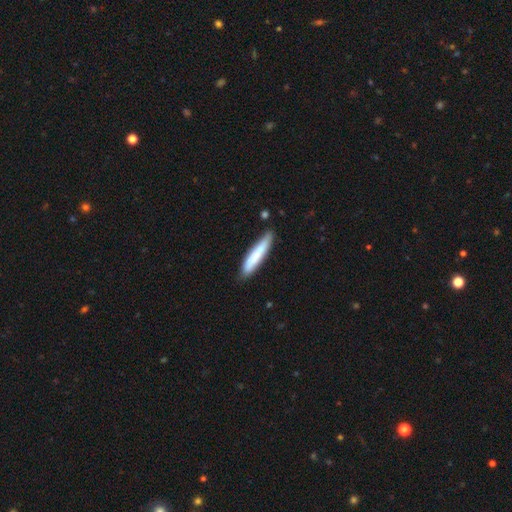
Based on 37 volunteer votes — smooth 68%, featured or disk 32%, star or artifact 0%. Down the decision tree: how rounded — cigar-shaped (92%); merging — none (81%).